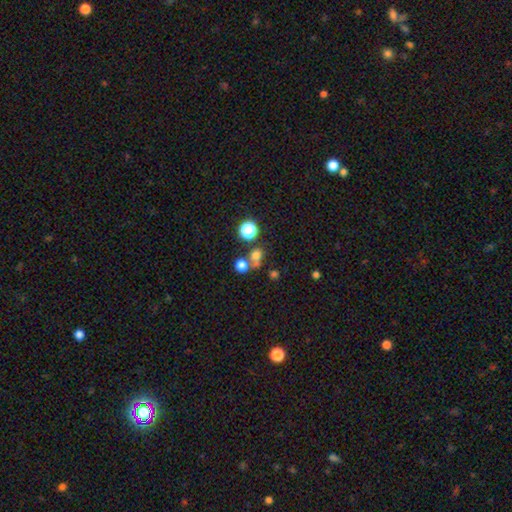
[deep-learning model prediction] A smooth galaxy with no disk features (67%) that is round (85%). Merging: none (52%).